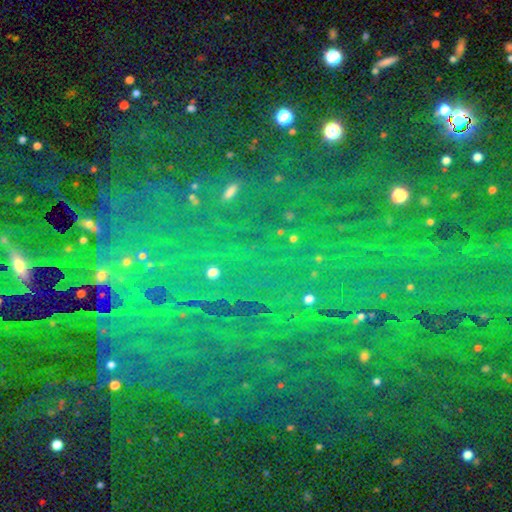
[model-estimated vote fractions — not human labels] Overall: star or artifact (73%).